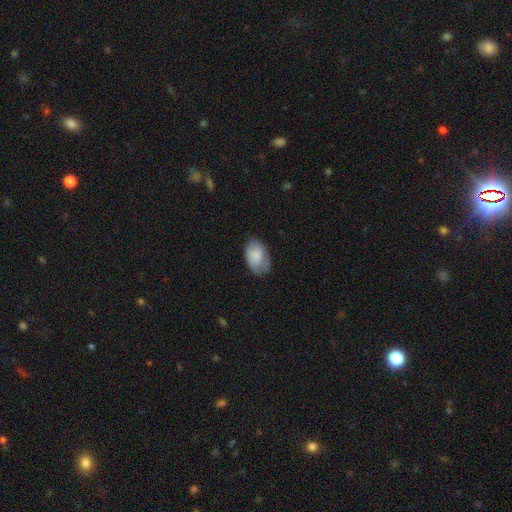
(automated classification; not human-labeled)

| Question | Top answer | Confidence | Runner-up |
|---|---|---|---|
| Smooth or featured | smooth | 75% | featured or disk (18%) |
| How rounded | in between | 89% | round (10%) |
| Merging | none | 61% | minor disturbance (29%) |